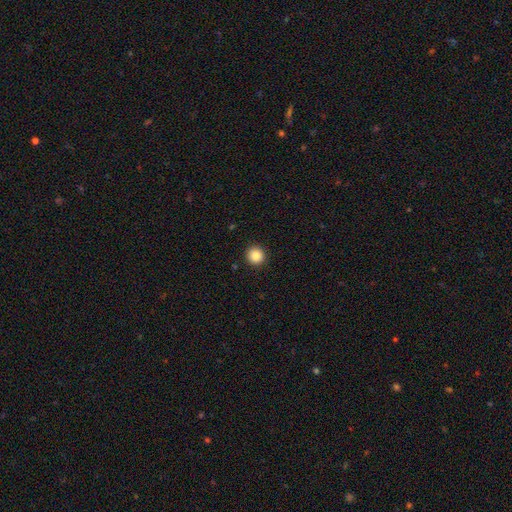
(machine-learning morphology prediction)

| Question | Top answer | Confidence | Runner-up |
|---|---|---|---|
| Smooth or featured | smooth | 87% | star or artifact (10%) |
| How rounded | round | 95% | in between (4%) |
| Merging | none | 93% | minor disturbance (5%) |